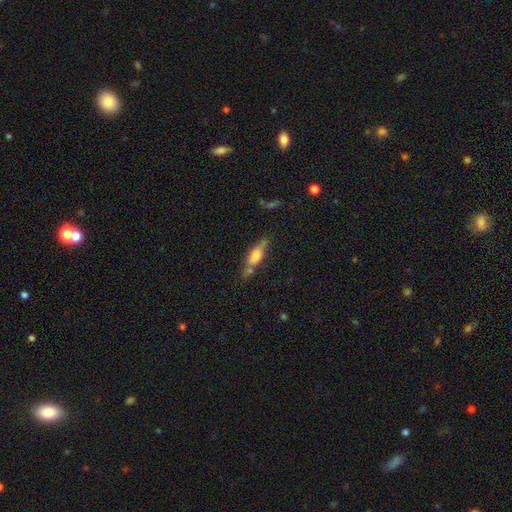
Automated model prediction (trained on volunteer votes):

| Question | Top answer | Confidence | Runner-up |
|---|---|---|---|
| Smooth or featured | smooth | 51% | featured or disk (41%) |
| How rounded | cigar-shaped | 53% | in between (43%) |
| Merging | none | 61% | minor disturbance (20%) |